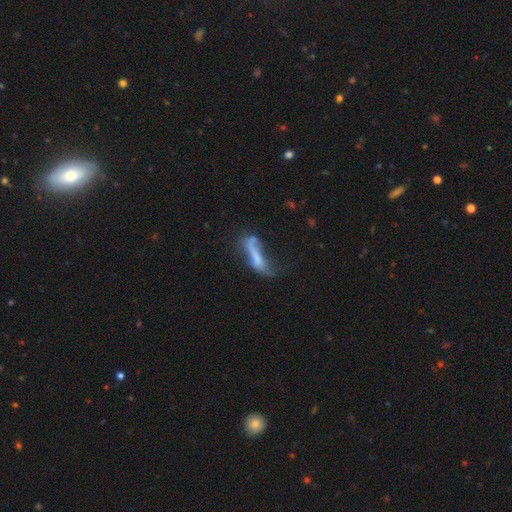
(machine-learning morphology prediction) This appears to be a smooth galaxy with no disk features (50%). Merging: major disturbance (37%).